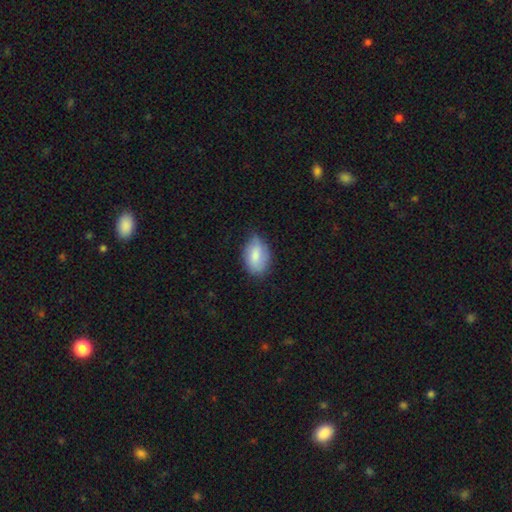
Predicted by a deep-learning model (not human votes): Q: Smooth or featured?
A: smooth (79%); runner-up: featured or disk (14%)
Q: How rounded?
A: in between (87%); runner-up: round (12%)
Q: Merging?
A: none (58%); runner-up: minor disturbance (34%)